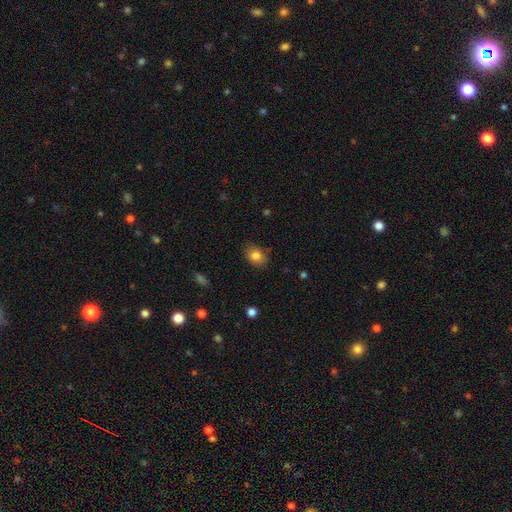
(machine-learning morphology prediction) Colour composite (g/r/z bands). It shows a smooth galaxy with no disk features (83%) that is in between round and cigar-shaped (68%). Merging: none (83%).